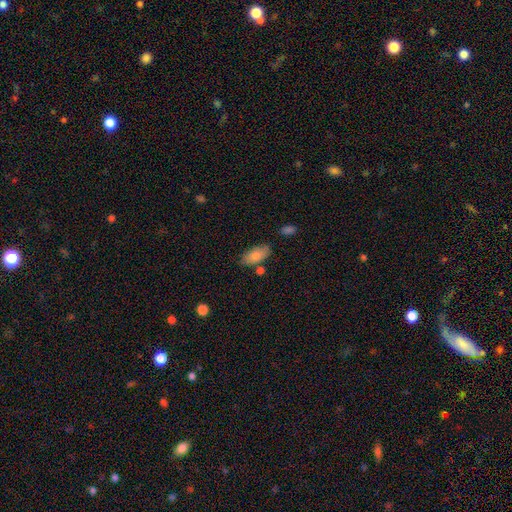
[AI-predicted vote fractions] Smooth or featured?
  - smooth: 82% *
  - featured or disk: 11%
  - star or artifact: 6%
How rounded?
  - in between: 90% *
  - cigar-shaped: 7%
  - round: 3%
Merging?
  - none: 74% *
  - minor disturbance: 16%
  - merger: 7%
  - major disturbance: 3%